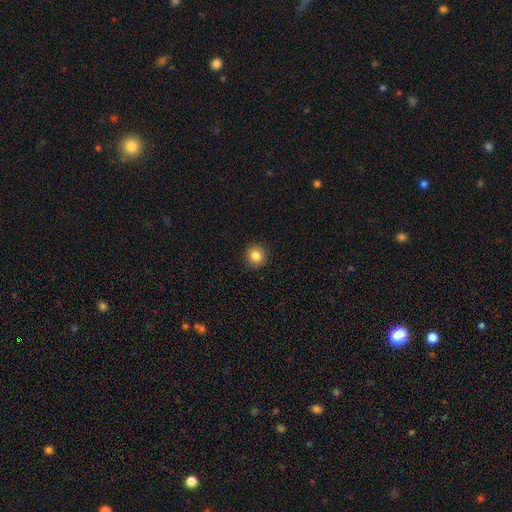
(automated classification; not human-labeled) smooth-or-featured: smooth: 84% | star or artifact: 10% | featured or disk: 5%
  how-rounded: round: 94% | in between: 5% | cigar-shaped: 1%
  merging: none: 92% | minor disturbance: 5% | major disturbance: 2% | merger: 1%